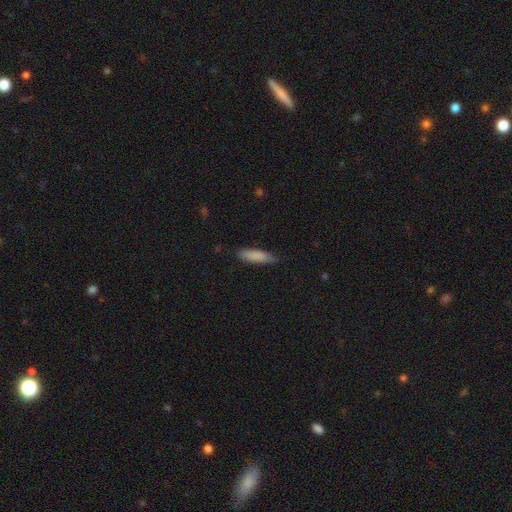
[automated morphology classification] This is clearly a smooth galaxy (86%). How rounded: likely cigar-shaped (70%). Merging: clearly none (81%).